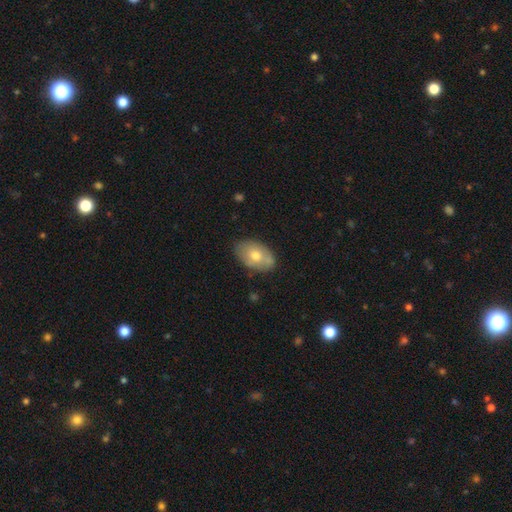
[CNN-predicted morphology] Overall: smooth (66%; featured or disk 27%). How rounded: in between (89%). Merging: none (76%).